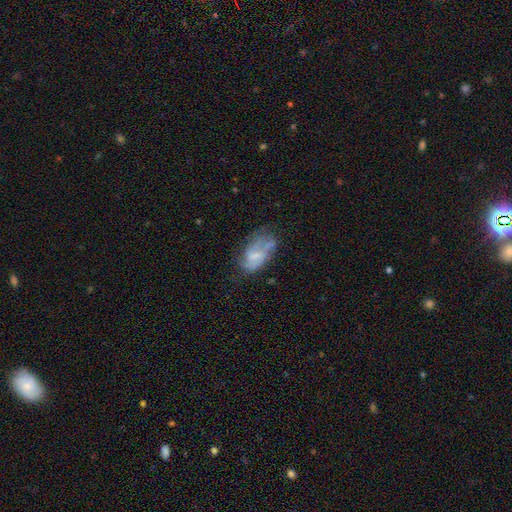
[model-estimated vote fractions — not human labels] This appears to be a featured or disk galaxy (50%). Merging: none (44%).